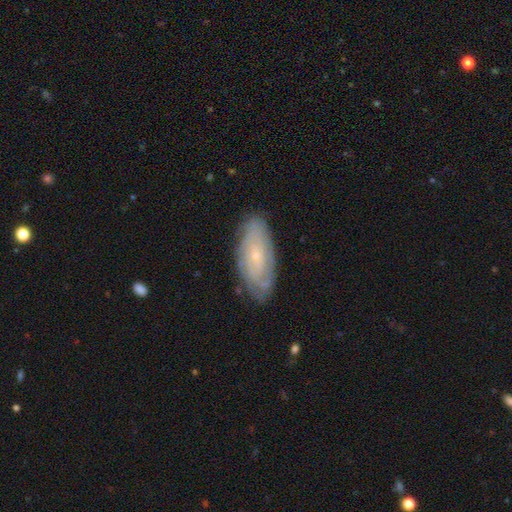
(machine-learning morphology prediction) Overall: featured or disk (63%; smooth 29%). Edge-on disk: no (89%). Bar: no (76%). Spiral arms: yes (81%). Bulge size: small (81%). Merging: none (77%).